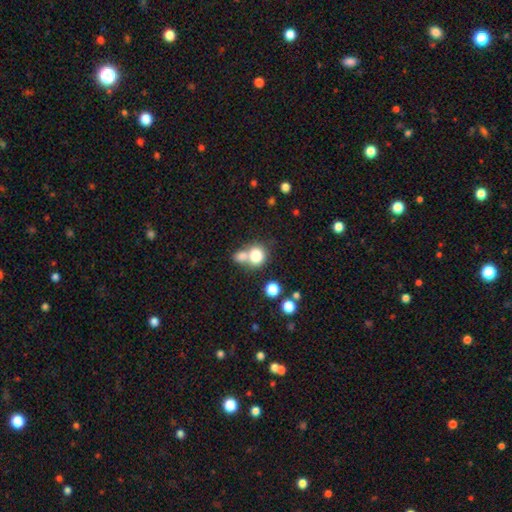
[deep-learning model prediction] This appears to be a smooth galaxy with no disk features (79%) that is round (77%). Merging: merger (49%).